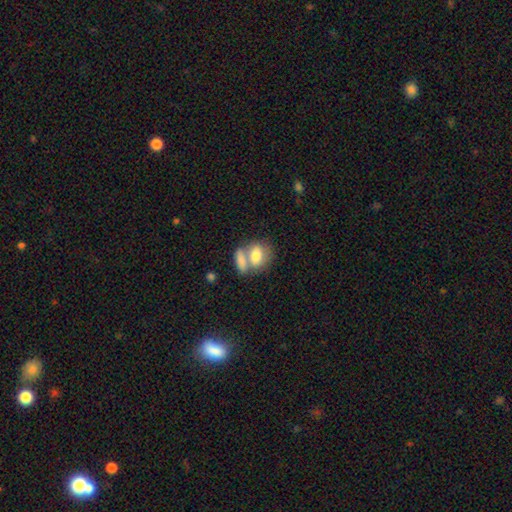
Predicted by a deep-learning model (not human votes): Overall: smooth (76%). How rounded: in between (71%). Merging: merger (53%; none 32%).